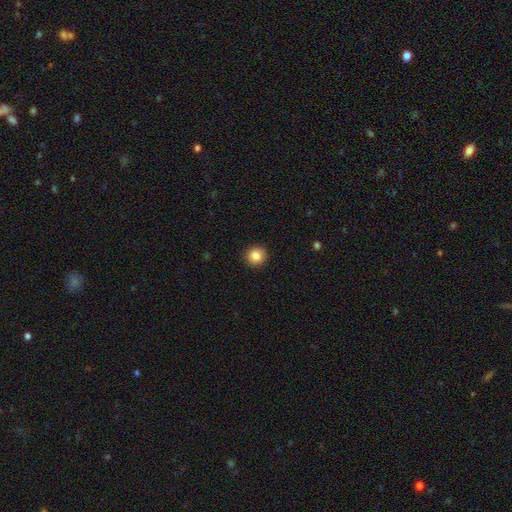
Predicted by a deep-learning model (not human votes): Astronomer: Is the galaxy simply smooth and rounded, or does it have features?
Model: smooth — 86%.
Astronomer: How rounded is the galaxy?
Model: round — 91%.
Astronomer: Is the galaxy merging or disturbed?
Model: none — 92%.